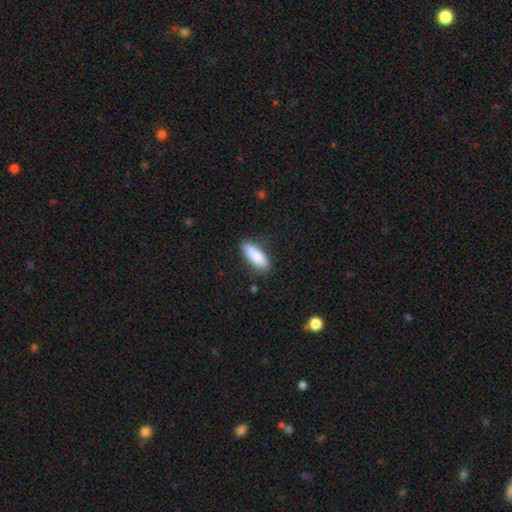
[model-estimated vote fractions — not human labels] Smooth or featured? Predicted: smooth (p=0.85). How rounded? Predicted: in between (p=0.53). Merging? Predicted: none (p=0.79).